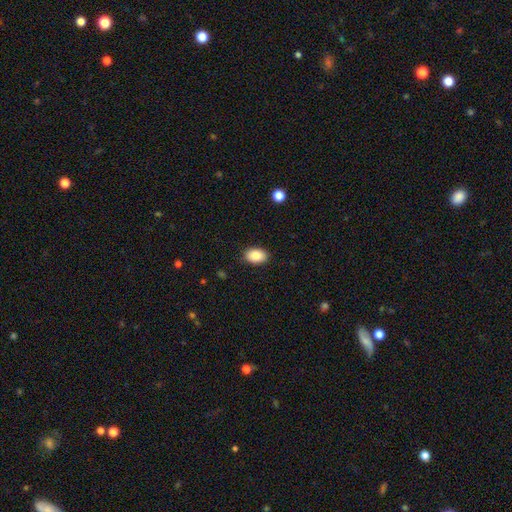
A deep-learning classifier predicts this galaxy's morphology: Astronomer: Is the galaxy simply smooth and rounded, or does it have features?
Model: smooth — 86%.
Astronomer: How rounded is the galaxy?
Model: in between — 88%.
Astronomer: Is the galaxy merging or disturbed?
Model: none — 87%.